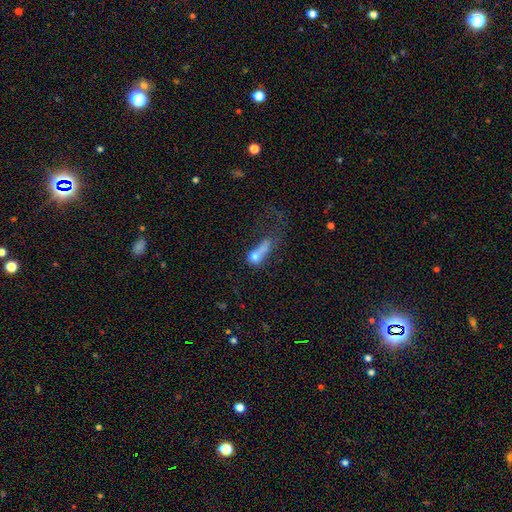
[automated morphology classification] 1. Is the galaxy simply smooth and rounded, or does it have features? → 66% smooth, 22% featured or disk, 12% star or artifact.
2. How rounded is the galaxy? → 44% in between, 40% round, 16% cigar-shaped.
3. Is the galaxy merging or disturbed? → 38% major disturbance, 32% merger, 18% none, 13% minor disturbance.